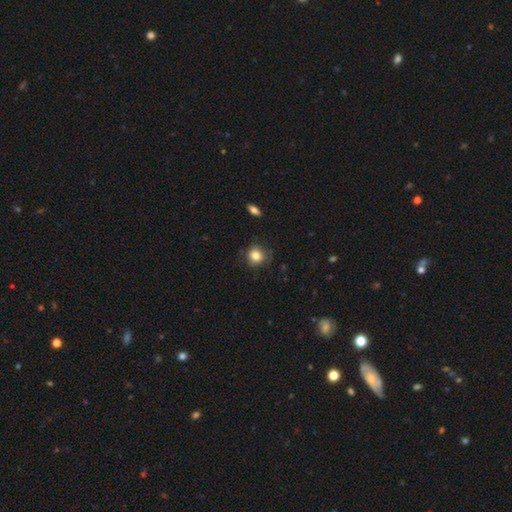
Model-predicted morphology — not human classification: type=smooth (82%); roundness=round (86%); merging=none (80%).